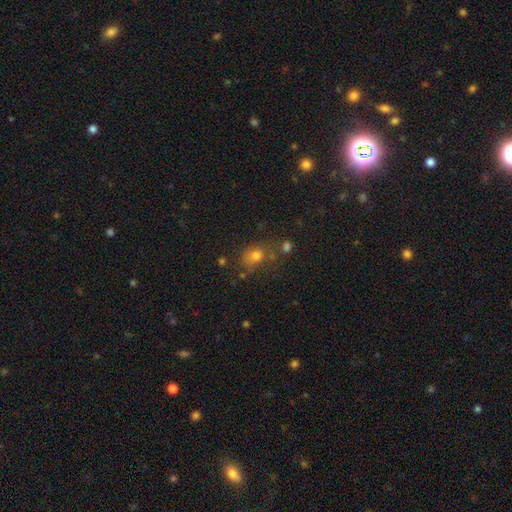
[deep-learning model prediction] smooth 69%, star or artifact 20%, featured or disk 11%. Down the decision tree: how rounded — round (57%); merging — none (63%).